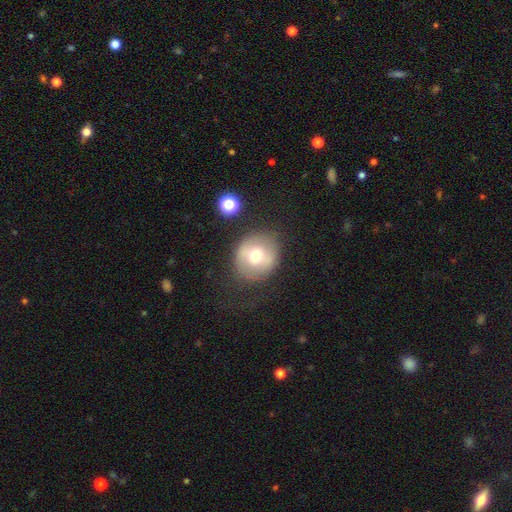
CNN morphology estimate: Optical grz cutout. It shows a smooth galaxy with no disk features (61%) that is round (79%). Merging: none (73%).